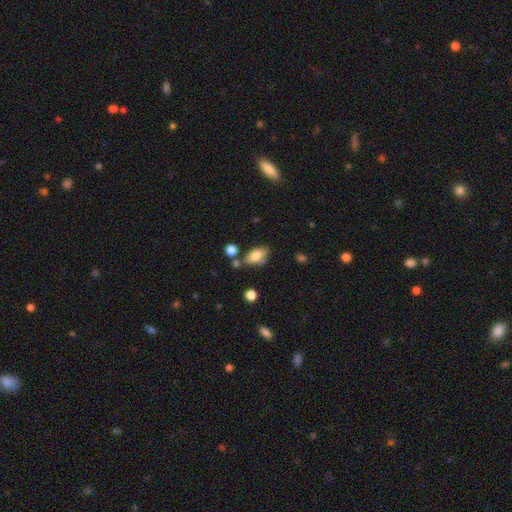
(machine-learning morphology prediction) smooth_or_featured: smooth (p=0.75) [alt: featured or disk p=0.16]
how_rounded: in between (p=0.88) [alt: round p=0.08]
merging: none (p=0.57) [alt: minor disturbance p=0.23]